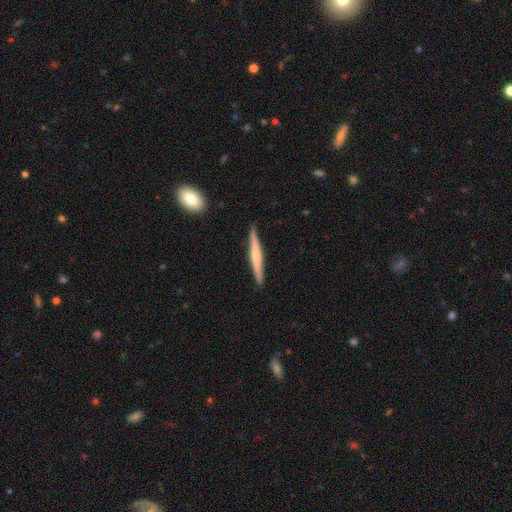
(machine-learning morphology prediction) A featured or disk galaxy (57%) viewed edge-on (98%) with a rounded central bulge (59%).

Vote fractions:
- Smooth or featured? featured or disk: 57% / smooth: 38% / star or artifact: 5%
- Edge-on disk? yes: 98% / no: 2%
- Edge-on bulge? rounded: 59% / none: 28% / boxy: 14%
- Merging? none: 90% / minor disturbance: 7% / major disturbance: 1% / merger: 1%